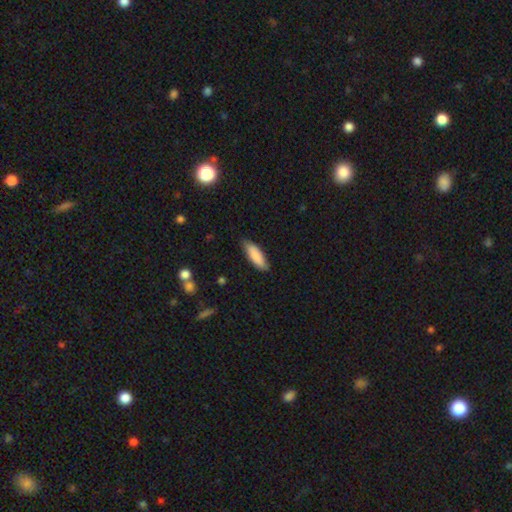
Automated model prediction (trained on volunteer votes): A smooth galaxy with no disk features (86%) that is in between round and cigar-shaped (57%).

Vote fractions:
- Smooth or featured? smooth: 86% / featured or disk: 9% / star or artifact: 6%
- How rounded? in between: 57% / cigar-shaped: 41% / round: 1%
- Merging? none: 82% / minor disturbance: 15% / major disturbance: 2% / merger: 1%